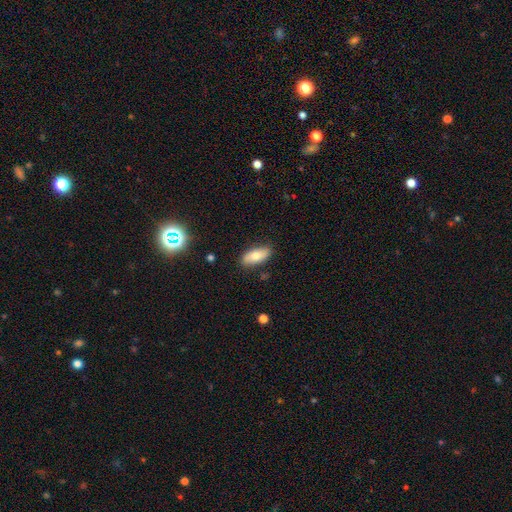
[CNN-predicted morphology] smooth_or_featured: smooth (p=0.75) [alt: featured or disk p=0.18]
how_rounded: in between (p=0.84) [alt: cigar-shaped p=0.13]
merging: none (p=0.84) [alt: minor disturbance p=0.12]